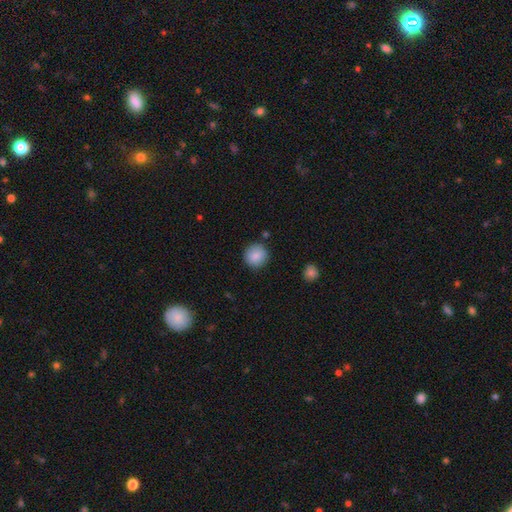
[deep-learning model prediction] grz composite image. It shows a smooth galaxy with no disk features (87%) that is round (93%). Merging: none (88%).